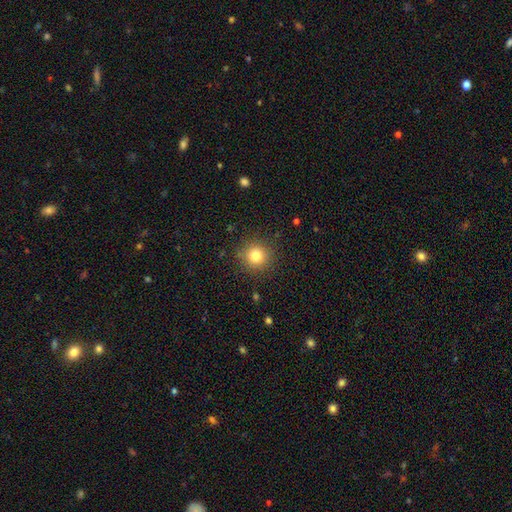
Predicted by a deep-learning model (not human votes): smooth 80%, star or artifact 13%, featured or disk 7%. Down the decision tree: how rounded — round (94%); merging — none (88%).